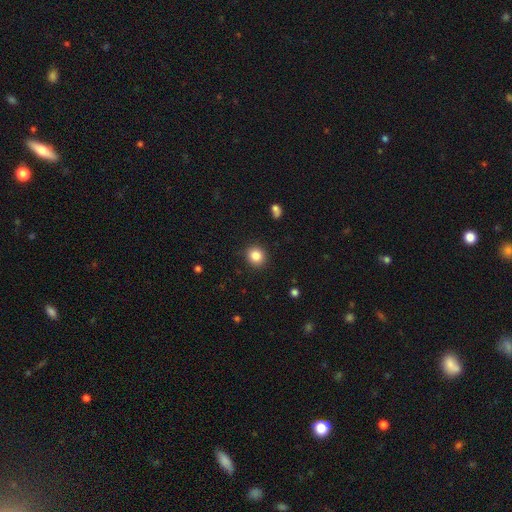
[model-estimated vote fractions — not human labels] smooth_or_featured: smooth (p=0.85) [alt: star or artifact p=0.10]
how_rounded: round (p=0.84) [alt: in between p=0.15]
merging: none (p=0.90) [alt: minor disturbance p=0.07]